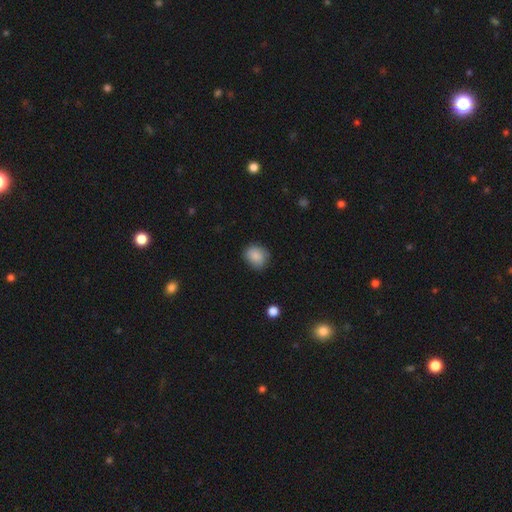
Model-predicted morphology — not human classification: smooth-or-featured: smooth: 87% | star or artifact: 9% | featured or disk: 5%
  how-rounded: round: 65% | in between: 34% | cigar-shaped: 1%
  merging: none: 78% | minor disturbance: 17% | major disturbance: 3% | merger: 1%